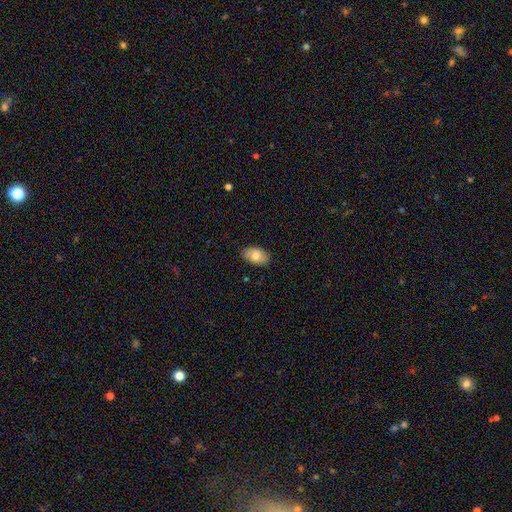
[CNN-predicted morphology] Q: Smooth or featured?
A: smooth (76%); runner-up: featured or disk (17%)
Q: How rounded?
A: in between (93%); runner-up: round (6%)
Q: Merging?
A: none (85%); runner-up: minor disturbance (12%)